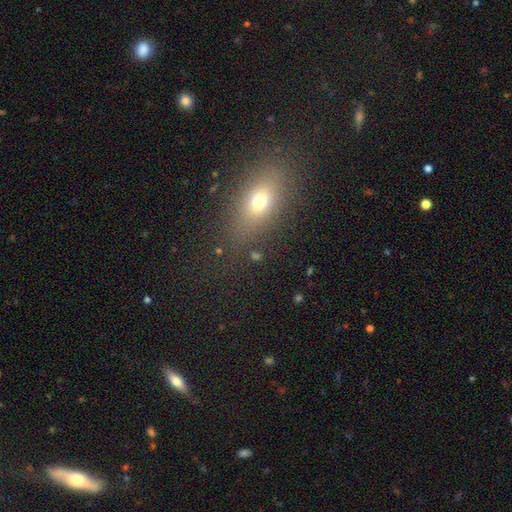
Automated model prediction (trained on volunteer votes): This is likely a smooth galaxy (61%). How rounded: likely in between (62%). Merging: clearly none (81%).